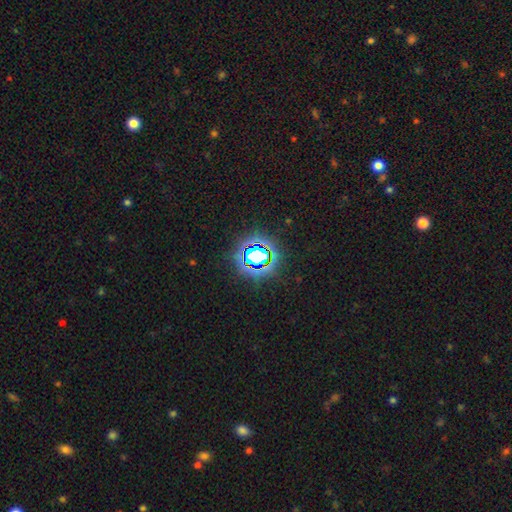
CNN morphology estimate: type=star or artifact (69%).